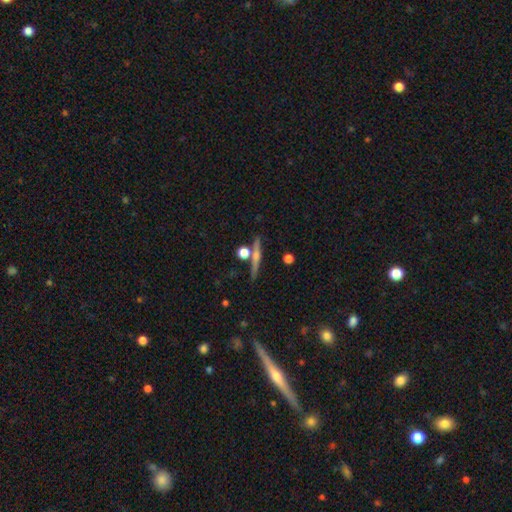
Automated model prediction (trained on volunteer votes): Smooth or featured? Predicted: featured or disk (p=0.57). Edge-on disk? Predicted: yes (p=0.95). Edge-on bulge? Predicted: rounded (p=0.68). Merging? Predicted: none (p=0.78).